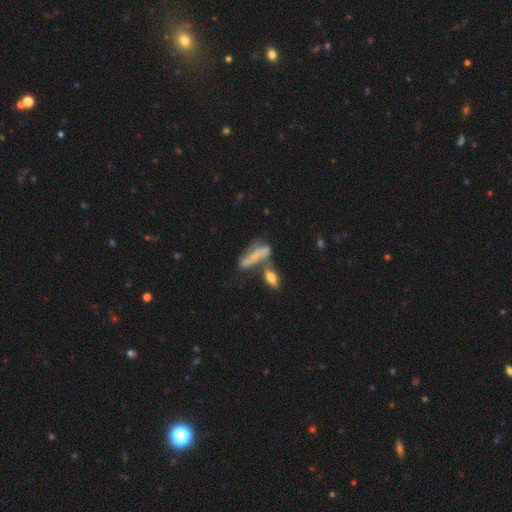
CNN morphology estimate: type=featured or disk (54%); edge-on=no (71%); merging=merger (37%).